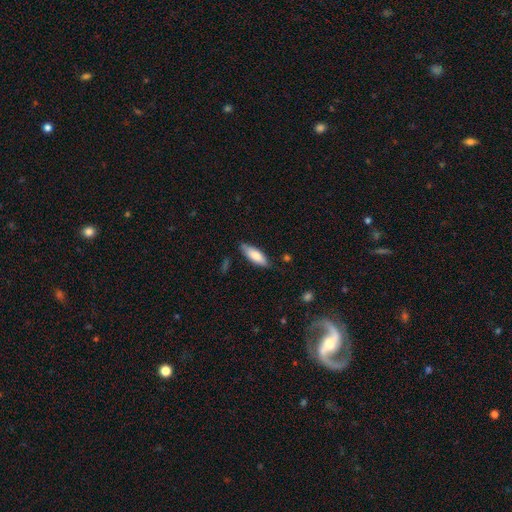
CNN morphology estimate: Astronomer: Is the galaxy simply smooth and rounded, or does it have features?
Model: smooth — 78%.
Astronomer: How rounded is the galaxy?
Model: in between — 65%.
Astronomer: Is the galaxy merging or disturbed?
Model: none — 79%.